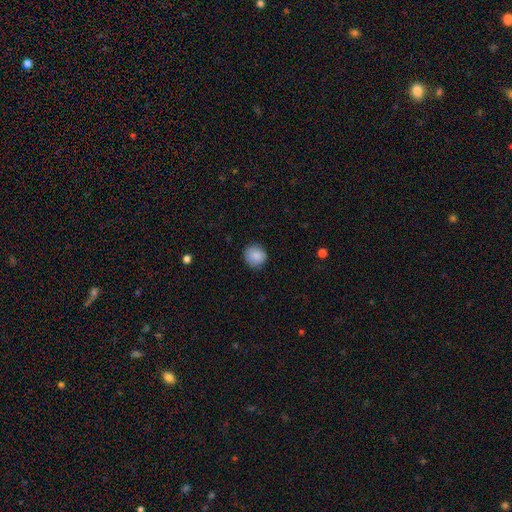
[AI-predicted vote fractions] smooth 87%, star or artifact 8%, featured or disk 5%. Down the decision tree: how rounded — round (89%); merging — none (87%).